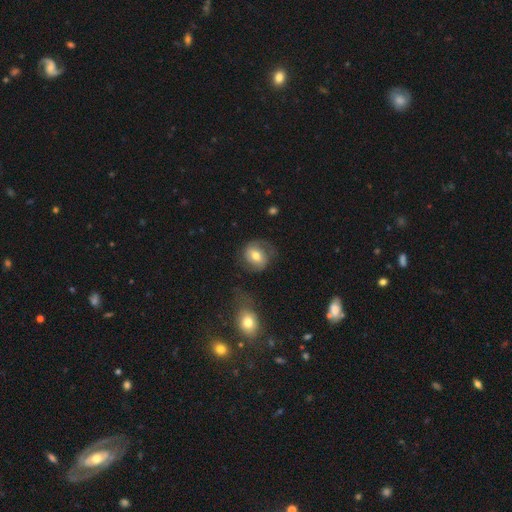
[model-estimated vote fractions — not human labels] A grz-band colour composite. It shows a smooth galaxy with no disk features (52%) that is round (65%). Merging: none (59%).